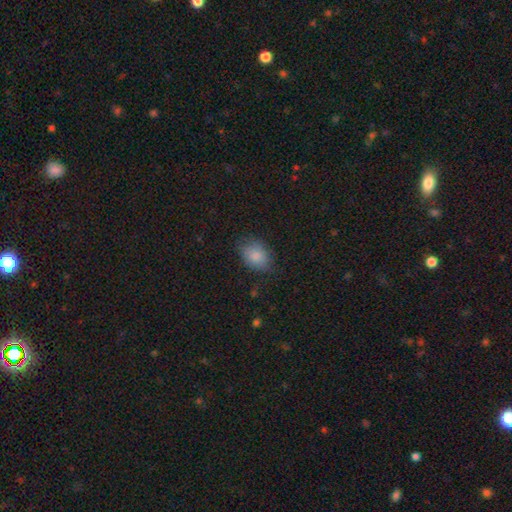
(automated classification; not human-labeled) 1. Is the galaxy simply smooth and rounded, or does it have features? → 85% smooth, 8% star or artifact, 7% featured or disk.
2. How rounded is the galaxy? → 71% in between, 28% round, 1% cigar-shaped.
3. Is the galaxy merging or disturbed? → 73% none, 20% minor disturbance, 5% major disturbance, 1% merger.